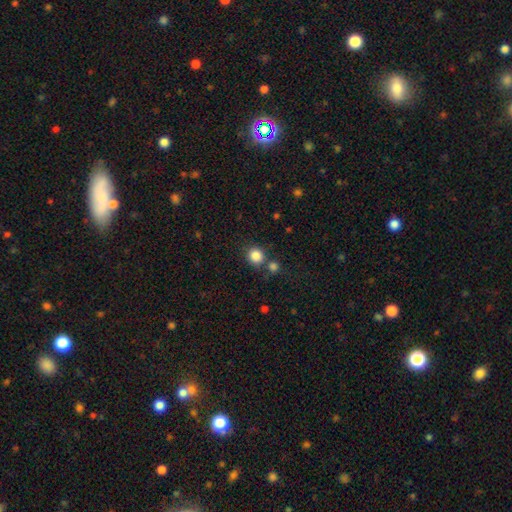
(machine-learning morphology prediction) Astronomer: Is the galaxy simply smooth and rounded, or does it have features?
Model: smooth — 85%.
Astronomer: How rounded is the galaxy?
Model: round — 86%.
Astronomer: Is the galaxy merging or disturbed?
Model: none — 73%.